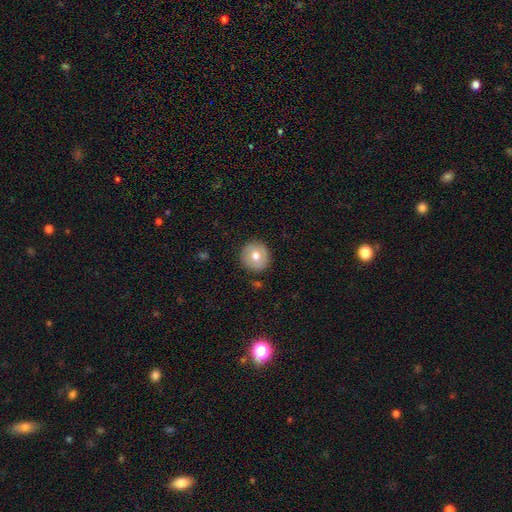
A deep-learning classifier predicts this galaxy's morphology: A smooth galaxy with no disk features (64%) that is round (91%). Merging: none (86%).